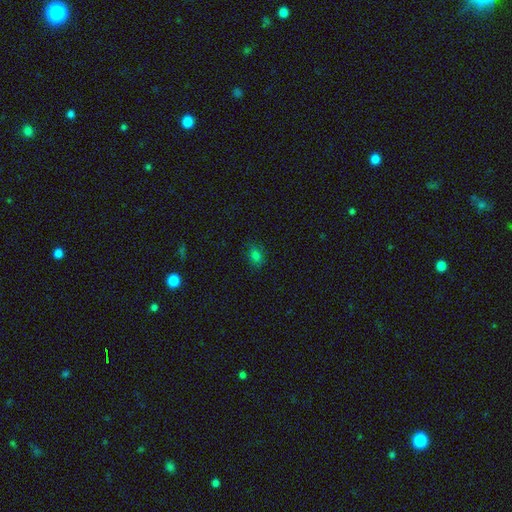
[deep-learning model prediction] Smooth or featured?
  - smooth: 78% *
  - star or artifact: 17%
  - featured or disk: 6%
How rounded?
  - in between: 72% *
  - round: 26%
  - cigar-shaped: 2%
Merging?
  - none: 83% *
  - minor disturbance: 13%
  - major disturbance: 3%
  - merger: 1%